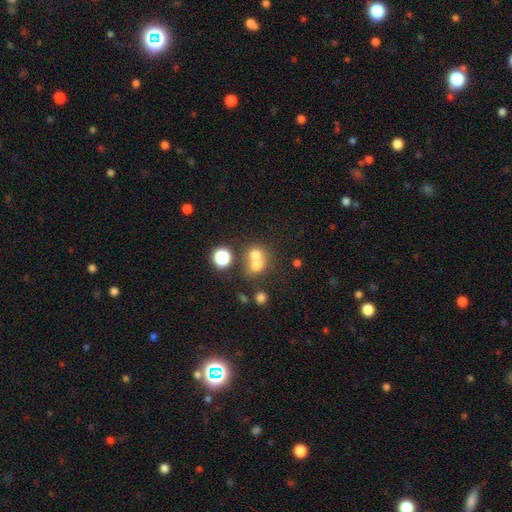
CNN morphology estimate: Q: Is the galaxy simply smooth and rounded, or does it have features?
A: smooth — 67%.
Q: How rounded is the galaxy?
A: round — 76%.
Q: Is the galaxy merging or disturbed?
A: merger — 56%.